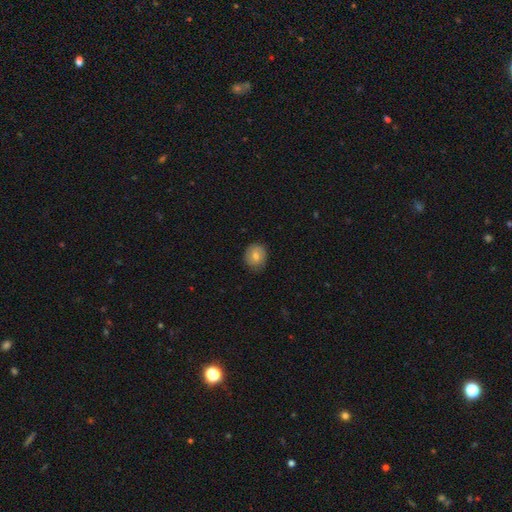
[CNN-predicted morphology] Overall: smooth (71%). How rounded: round (79%). Merging: none (81%).